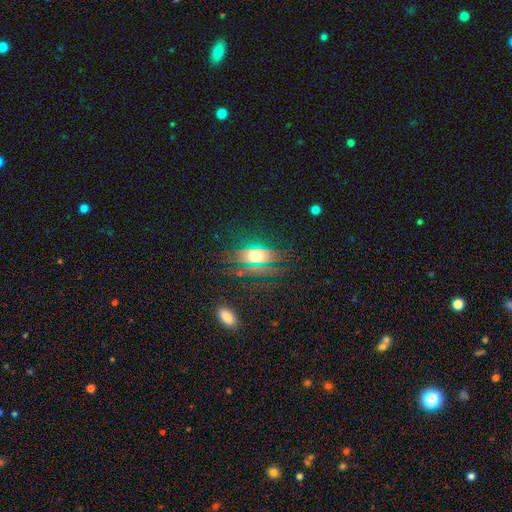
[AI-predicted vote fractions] Smooth or featured?
  - smooth: 50% *
  - star or artifact: 29%
  - featured or disk: 21%
How rounded?
  - in between: 65% *
  - round: 29%
  - cigar-shaped: 6%
Merging?
  - none: 78% *
  - minor disturbance: 13%
  - major disturbance: 6%
  - merger: 3%